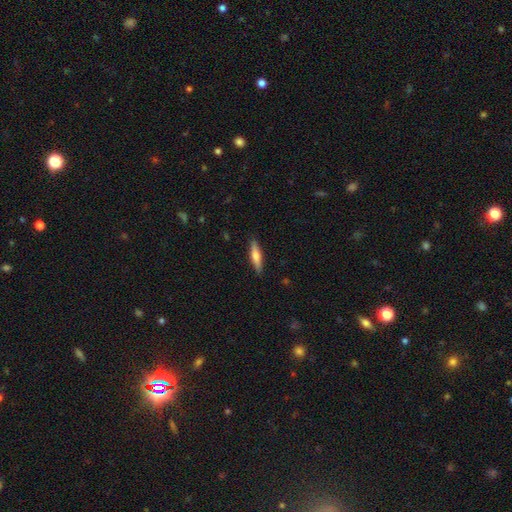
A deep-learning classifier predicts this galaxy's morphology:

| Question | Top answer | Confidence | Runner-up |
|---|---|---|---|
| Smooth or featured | smooth | 54% | featured or disk (40%) |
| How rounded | cigar-shaped | 80% | in between (18%) |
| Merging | none | 89% | minor disturbance (8%) |